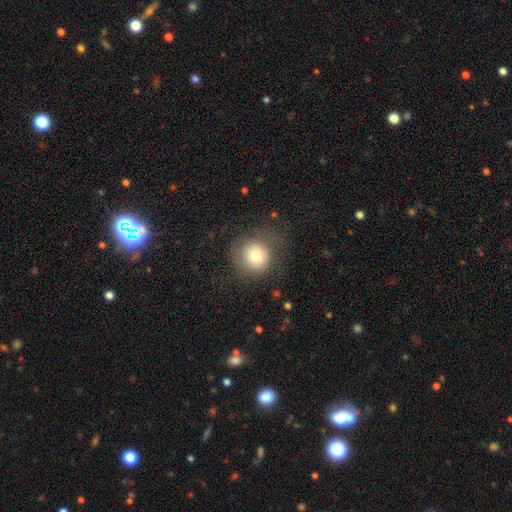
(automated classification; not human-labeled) The model was most divided on "merging": none: 71%, minor disturbance: 16%, major disturbance: 12%, merger: 1%. More confident: how rounded — round (90%); smooth or featured — smooth (73%).